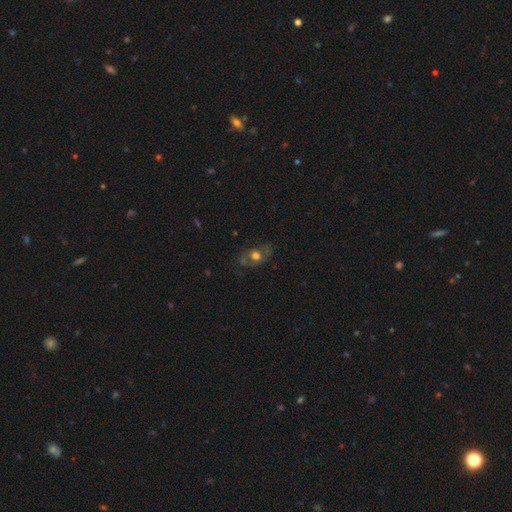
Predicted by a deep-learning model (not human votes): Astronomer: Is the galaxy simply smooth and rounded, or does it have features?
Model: featured or disk — 48% (runner-up: smooth, 40%).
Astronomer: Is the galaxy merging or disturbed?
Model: none — 69%.